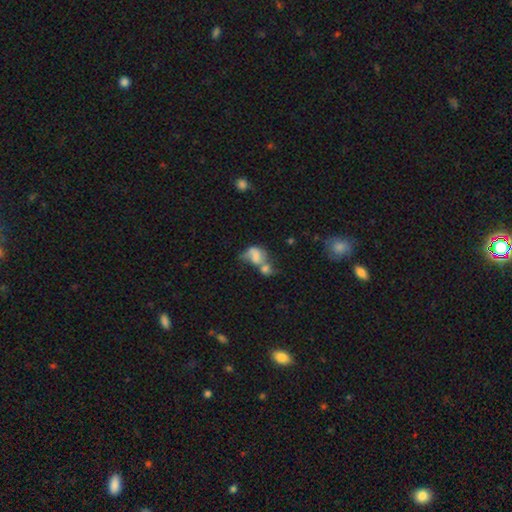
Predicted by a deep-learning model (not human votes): A smooth galaxy with no disk features (50%) that is in between round and cigar-shaped (72%). Merging: merger (60%).